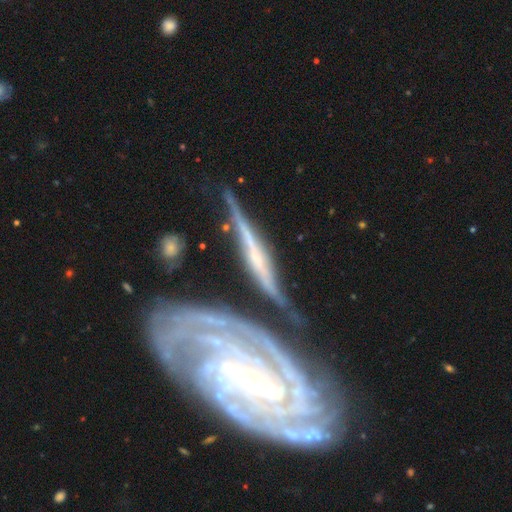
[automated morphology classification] This is likely a featured or disk galaxy (79%). It is likely viewed edge-on (76%). Edge-on bulge: marginally rounded (44%). Merging: possibly none (58%).